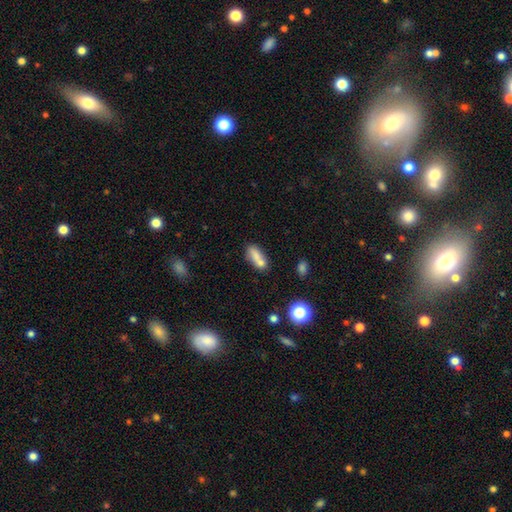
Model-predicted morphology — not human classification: smooth_or_featured: smooth (p=0.74) [alt: featured or disk p=0.16]
how_rounded: in between (p=0.69) [alt: cigar-shaped p=0.25]
merging: none (p=0.47) [alt: merger p=0.32]